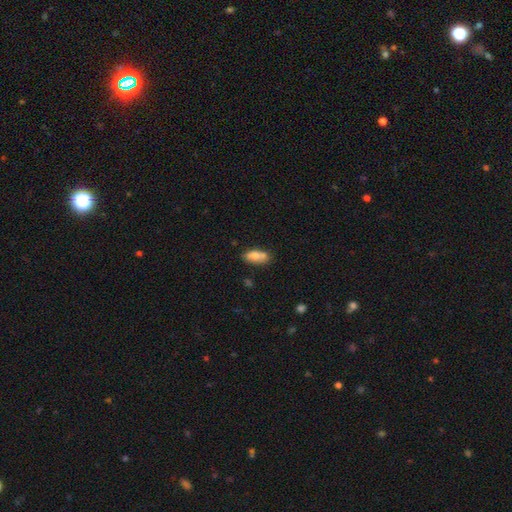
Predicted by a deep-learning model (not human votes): This is likely a smooth galaxy (75%). How rounded: likely in between (79%). Merging: possibly none (53%).